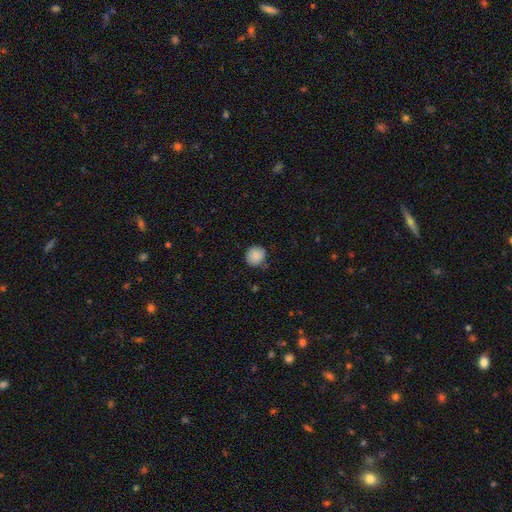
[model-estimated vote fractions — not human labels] smooth_or_featured: smooth (p=0.88) [alt: star or artifact p=0.08]
how_rounded: round (p=0.87) [alt: in between p=0.12]
merging: none (p=0.80) [alt: minor disturbance p=0.16]